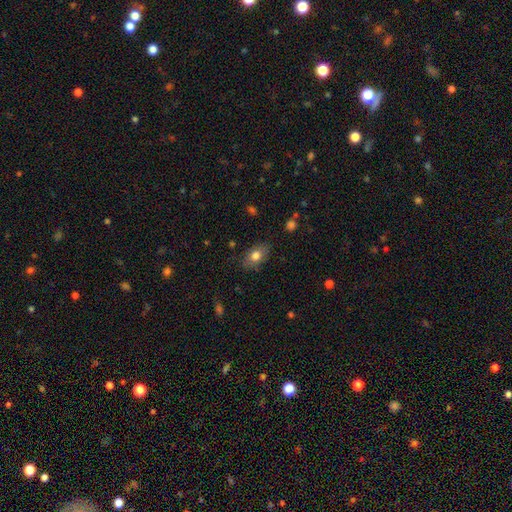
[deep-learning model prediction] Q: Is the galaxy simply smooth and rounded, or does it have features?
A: smooth — 78%.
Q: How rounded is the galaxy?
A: in between — 84%.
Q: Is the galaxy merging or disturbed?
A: none — 80%.